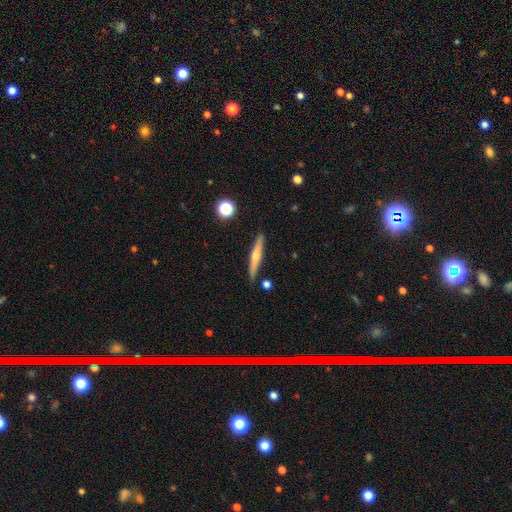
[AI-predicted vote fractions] Smooth or featured? featured or disk (56%)
Edge-on disk? yes (96%)
Edge-on bulge? rounded (80%)
Merging? none (88%)